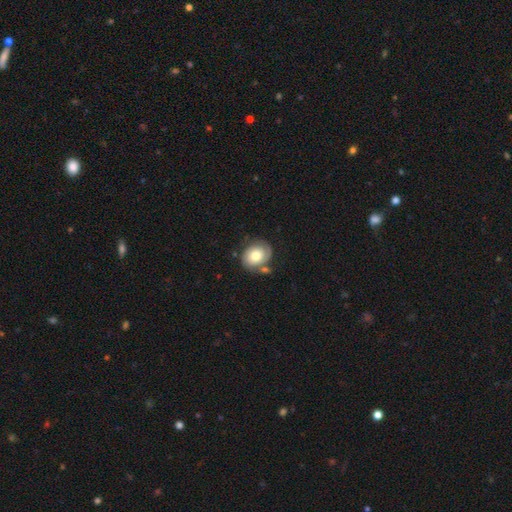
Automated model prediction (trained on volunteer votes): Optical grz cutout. It shows a featured or disk galaxy (55%) with no bar (81%), spiral arms (81%) and a moderate central bulge (69%). Merging: none (63%).